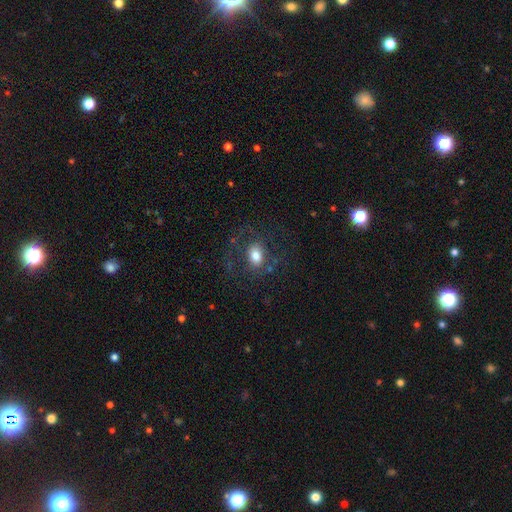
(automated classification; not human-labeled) This appears to be a smooth galaxy with no disk features (70%) that is in between round and cigar-shaped (60%). Merging: none (62%).